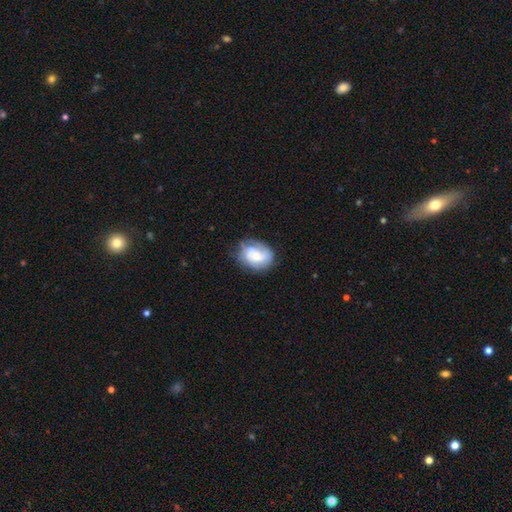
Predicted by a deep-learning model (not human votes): Smooth or featured: featured or disk — 50% (smooth — 42%)
Edge-on disk: no — 97% (yes — 3%)
Merging: none — 60% (minor disturbance — 26%)